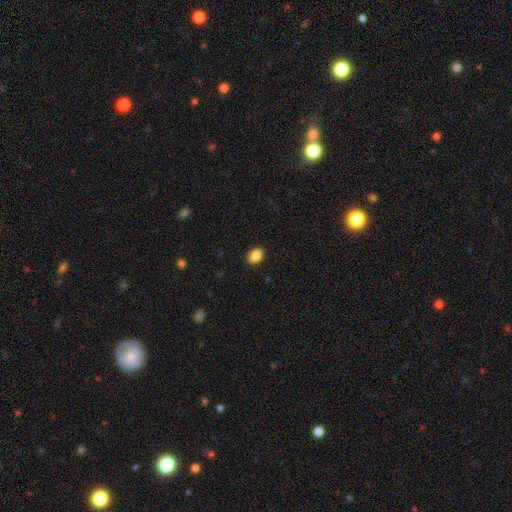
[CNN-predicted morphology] The model was most divided on "how rounded": in between: 81%, round: 18%, cigar-shaped: 1%. More confident: merging — none (90%); smooth or featured — smooth (88%).